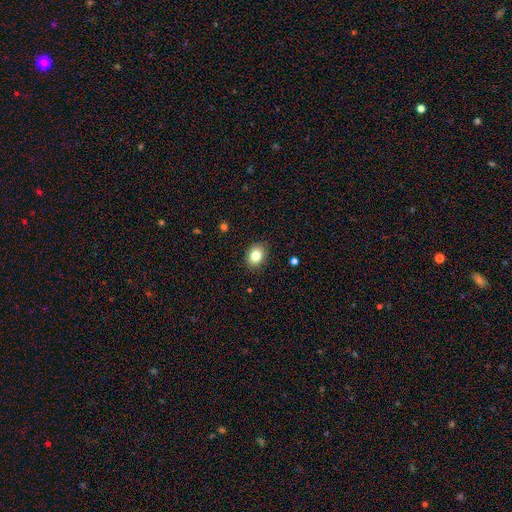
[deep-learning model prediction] A smooth galaxy with no disk features (82%) that is in between round and cigar-shaped (62%). Merging: none (89%).